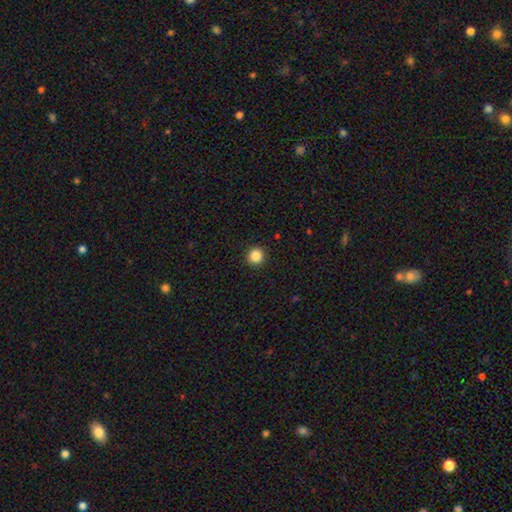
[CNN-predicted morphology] A smooth galaxy with no disk features (86%) that is round (94%).

Vote fractions:
- Smooth or featured? smooth: 86% / star or artifact: 11% / featured or disk: 4%
- How rounded? round: 94% / in between: 5% / cigar-shaped: 1%
- Merging? none: 93% / minor disturbance: 5% / major disturbance: 2% / merger: 1%